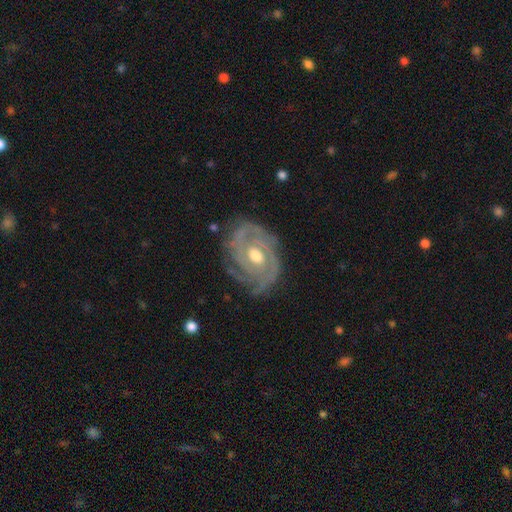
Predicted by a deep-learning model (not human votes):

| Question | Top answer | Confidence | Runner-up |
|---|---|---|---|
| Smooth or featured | featured or disk | 90% | smooth (6%) |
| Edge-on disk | no | 97% | yes (3%) |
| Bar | no | 58% | weak (33%) |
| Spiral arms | yes | 96% | no (4%) |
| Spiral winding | tight | 71% | medium (24%) |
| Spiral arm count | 3 | 29% | can't tell (25%) |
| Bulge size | moderate | 76% | small (14%) |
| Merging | none | 72% | minor disturbance (20%) |